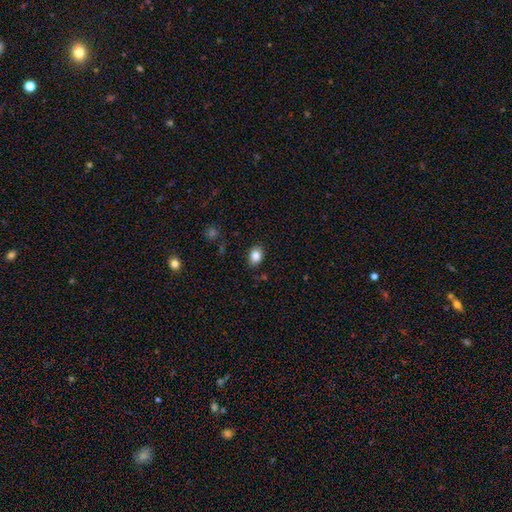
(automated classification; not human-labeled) This is clearly a smooth galaxy (85%). How rounded: likely in between (68%). Merging: clearly none (86%).